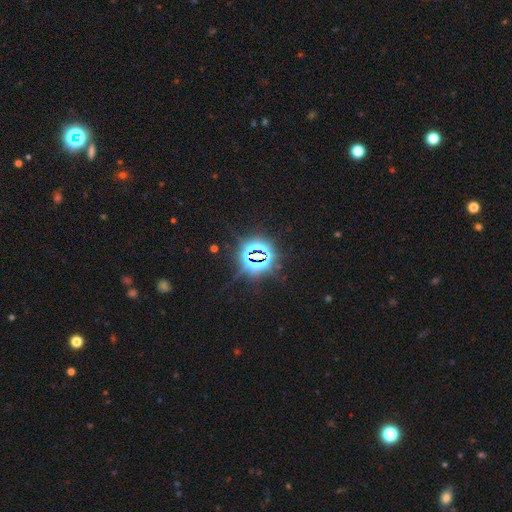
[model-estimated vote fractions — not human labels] Overall: star or artifact (83%).